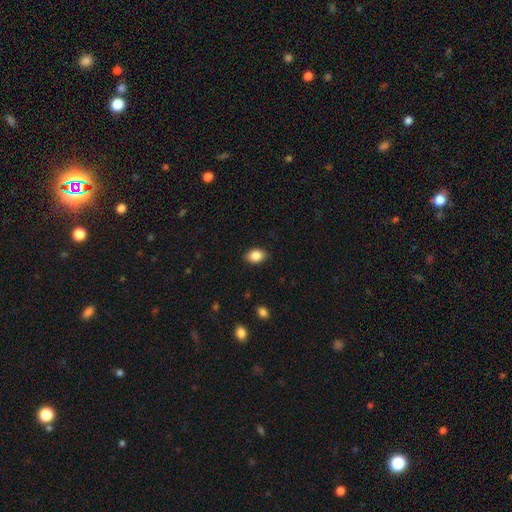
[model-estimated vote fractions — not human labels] Q: Smooth or featured?
A: smooth (86%); runner-up: star or artifact (8%)
Q: How rounded?
A: in between (80%); runner-up: round (19%)
Q: Merging?
A: none (88%); runner-up: minor disturbance (9%)